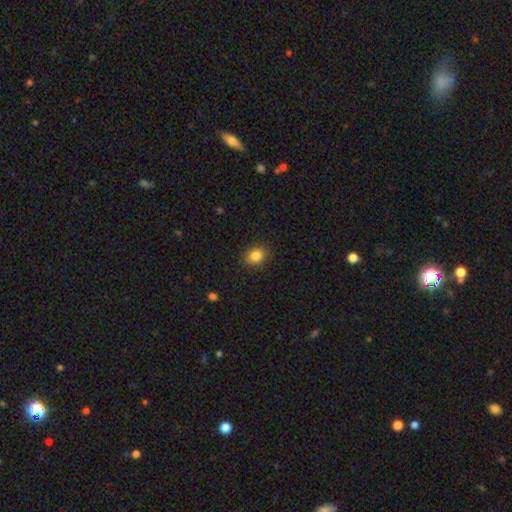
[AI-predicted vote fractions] smooth_or_featured: smooth (p=0.84) [alt: star or artifact p=0.11]
how_rounded: round (p=0.55) [alt: in between p=0.44]
merging: none (p=0.88) [alt: minor disturbance p=0.09]